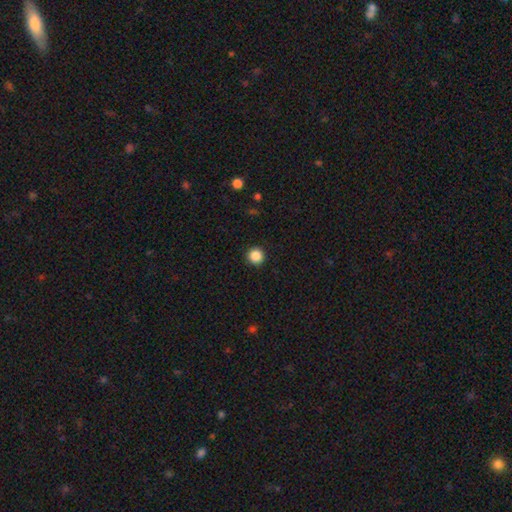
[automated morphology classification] smooth-or-featured: smooth: 87% | star or artifact: 10% | featured or disk: 3%
  how-rounded: round: 95% | in between: 4% | cigar-shaped: 1%
  merging: none: 92% | minor disturbance: 5% | major disturbance: 2% | merger: 1%